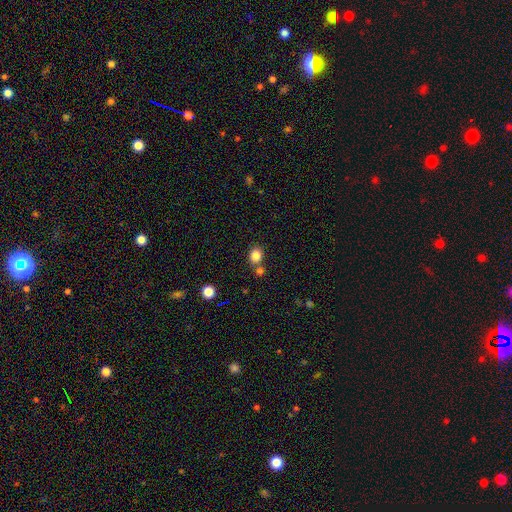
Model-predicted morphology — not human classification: Q: Smooth or featured?
A: smooth (84%); runner-up: star or artifact (11%)
Q: How rounded?
A: round (62%); runner-up: in between (37%)
Q: Merging?
A: none (64%); runner-up: merger (22%)